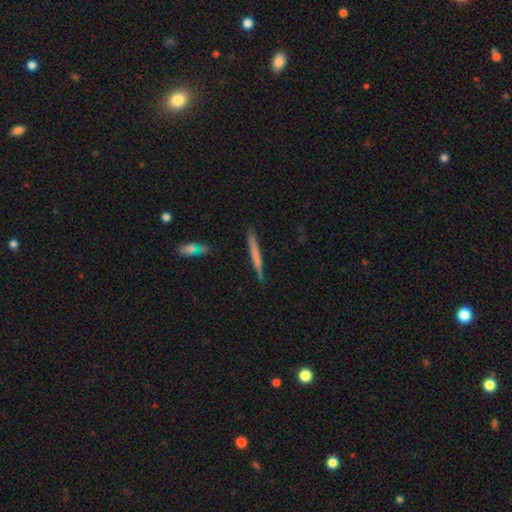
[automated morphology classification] A smooth galaxy with no disk features (55%) that is cigar-shaped (96%).

Vote fractions:
- Smooth or featured? smooth: 55% / featured or disk: 39% / star or artifact: 6%
- How rounded? cigar-shaped: 96% / in between: 2% / round: 2%
- Merging? none: 86% / minor disturbance: 10% / merger: 2% / major disturbance: 2%